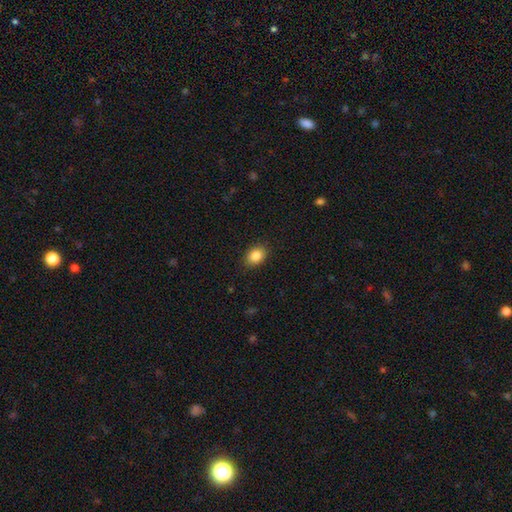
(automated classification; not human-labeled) Overall: smooth (86%). How rounded: in between (70%). Merging: none (89%).